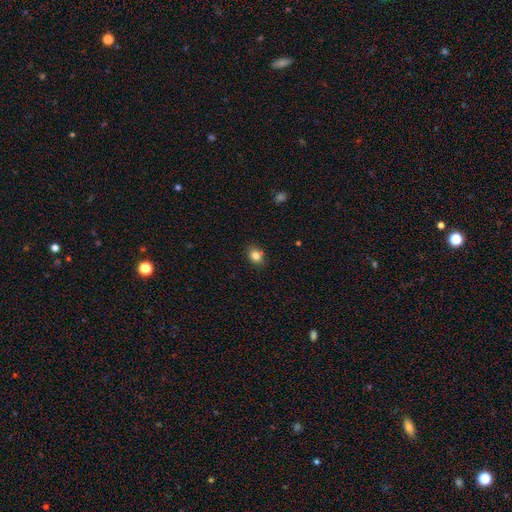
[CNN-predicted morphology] Smooth or featured? smooth (82%)
How rounded? round (53%)
Merging? none (86%)